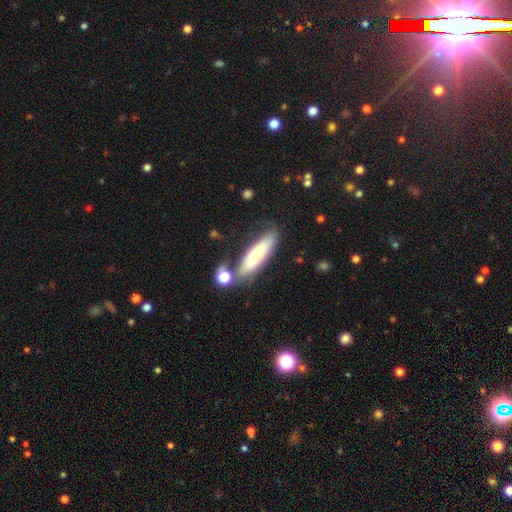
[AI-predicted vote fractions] Smooth or featured: smooth — 65% (featured or disk — 28%)
How rounded: cigar-shaped — 65% (in between — 33%)
Merging: none — 64% (minor disturbance — 18%)